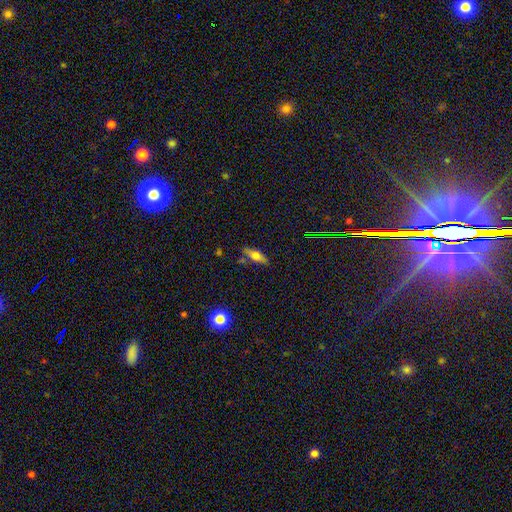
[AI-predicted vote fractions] smooth_or_featured: smooth (p=0.61) [alt: featured or disk p=0.30]
how_rounded: in between (p=0.68) [alt: cigar-shaped p=0.28]
merging: none (p=0.74) [alt: minor disturbance p=0.17]